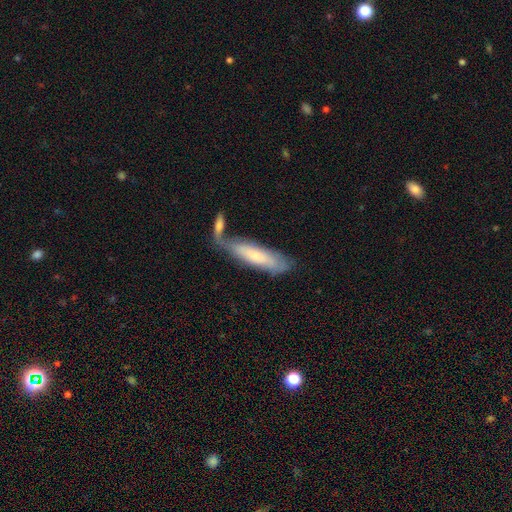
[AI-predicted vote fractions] Smooth or featured: smooth — 59% (featured or disk — 35%)
How rounded: cigar-shaped — 66% (in between — 33%)
Merging: none — 42% (merger — 33%)